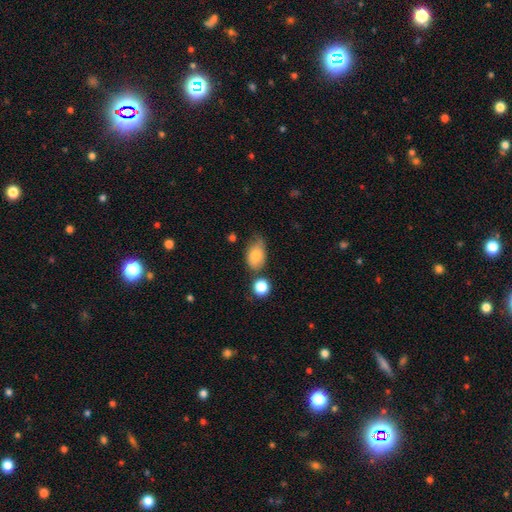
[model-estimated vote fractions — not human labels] This appears to be a smooth galaxy with no disk features (81%) that is in between round and cigar-shaped (84%). Merging: none (49%).